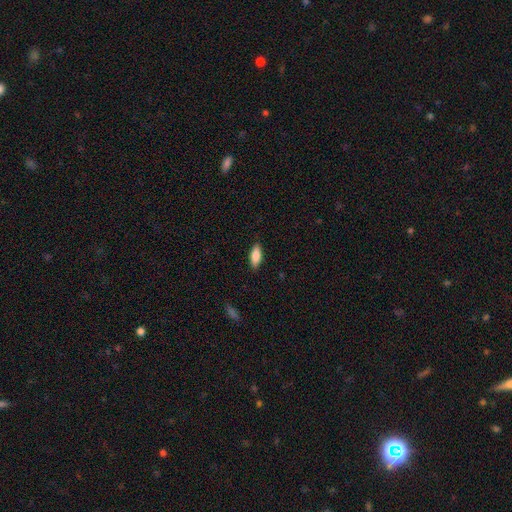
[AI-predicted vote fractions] The model was most divided on "how rounded": in between: 75%, cigar-shaped: 23%, round: 2%. More confident: merging — none (87%); smooth or featured — smooth (83%).